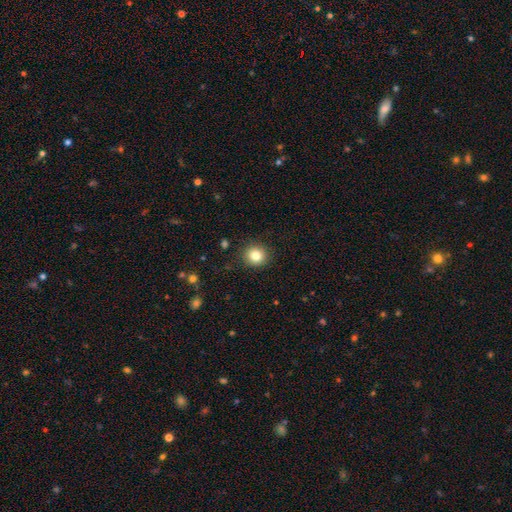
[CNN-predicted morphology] A smooth galaxy with no disk features (83%) that is round (88%).

Vote fractions:
- Smooth or featured? smooth: 83% / star or artifact: 11% / featured or disk: 6%
- How rounded? round: 88% / in between: 11% / cigar-shaped: 1%
- Merging? none: 90% / minor disturbance: 7% / major disturbance: 2% / merger: 1%